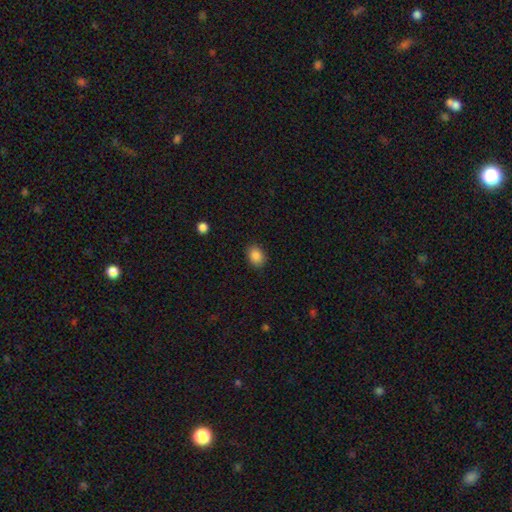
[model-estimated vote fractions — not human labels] smooth_or_featured: smooth (p=0.87) [alt: star or artifact p=0.09]
how_rounded: in between (p=0.64) [alt: round p=0.35]
merging: none (p=0.87) [alt: minor disturbance p=0.09]